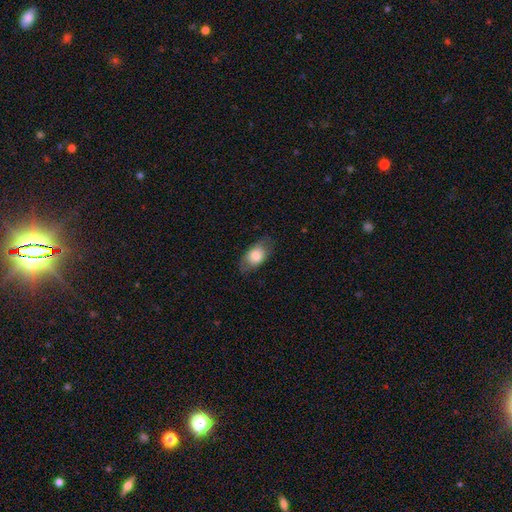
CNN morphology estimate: Smooth or featured? smooth (75%)
How rounded? in between (86%)
Merging? none (75%)